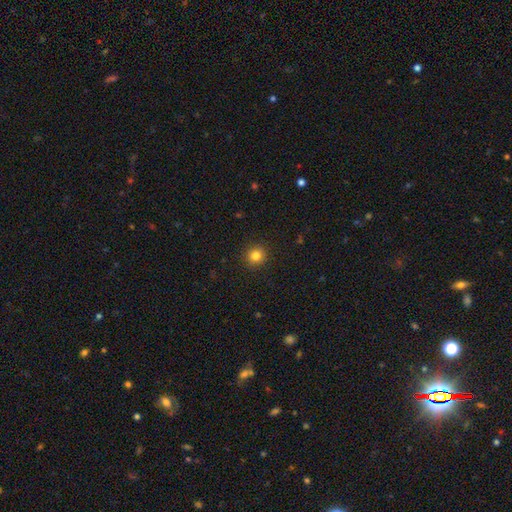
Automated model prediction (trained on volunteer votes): Morphology: type=smooth (83%); roundness=round (92%); merging=none (92%).